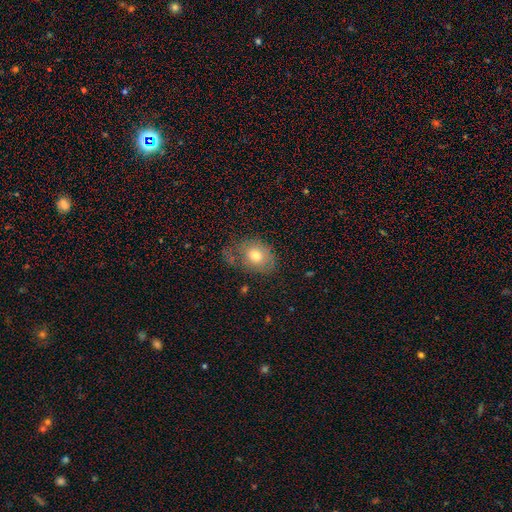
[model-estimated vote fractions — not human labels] Smooth or featured?
  - smooth: 72% *
  - featured or disk: 18%
  - star or artifact: 10%
How rounded?
  - in between: 58% *
  - round: 41%
  - cigar-shaped: 1%
Merging?
  - none: 57% *
  - minor disturbance: 26%
  - major disturbance: 13%
  - merger: 4%